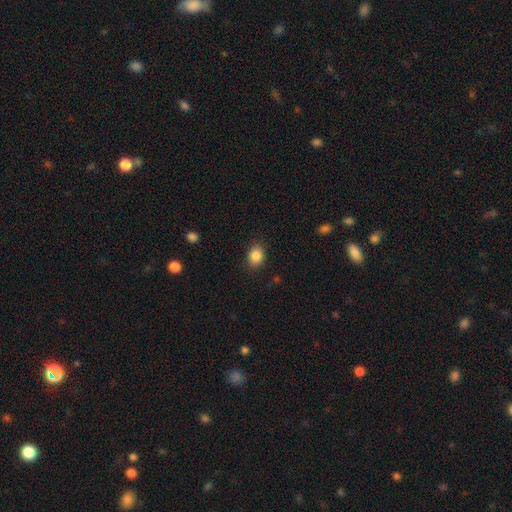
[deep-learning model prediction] smooth-or-featured: smooth: 86% | star or artifact: 9% | featured or disk: 4%
  how-rounded: in between: 51% | round: 48% | cigar-shaped: 1%
  merging: none: 86% | minor disturbance: 11% | major disturbance: 3% | merger: 1%